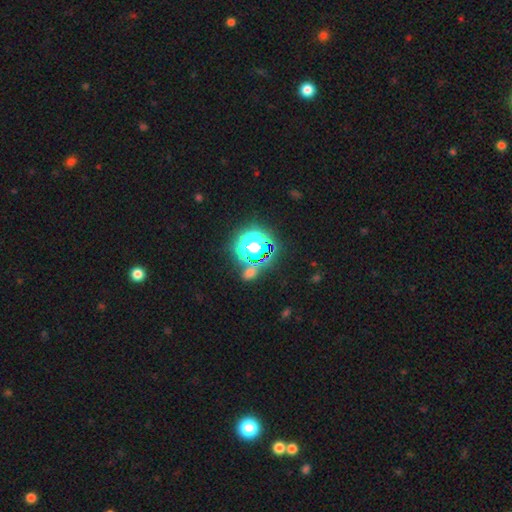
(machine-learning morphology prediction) This is likely a star or artifact rather than a galaxy (75%).